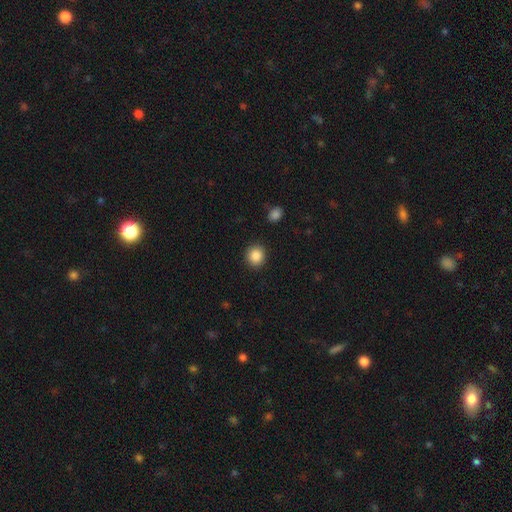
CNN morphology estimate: The model was most divided on "how rounded": round: 85%, in between: 14%, cigar-shaped: 1%. More confident: merging — none (90%); smooth or featured — smooth (88%).